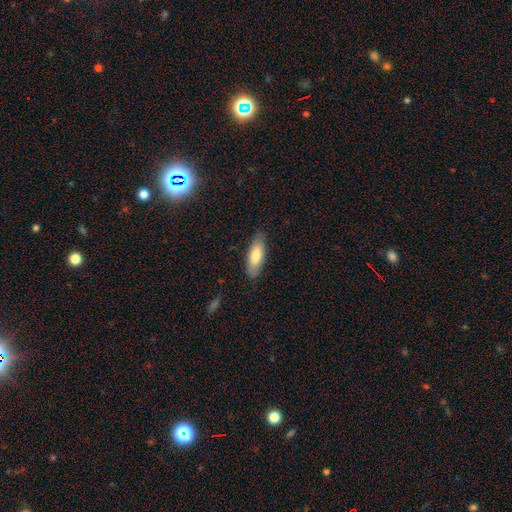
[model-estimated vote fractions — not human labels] smooth 76%, featured or disk 18%, star or artifact 6%. Down the decision tree: how rounded — in between (67%); merging — none (82%).